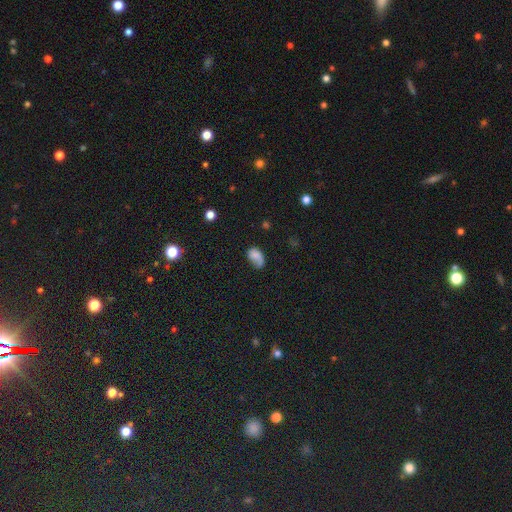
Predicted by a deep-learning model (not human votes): Smooth or featured? Predicted: smooth (p=0.71). How rounded? Predicted: in between (p=0.86). Merging? Predicted: none (p=0.41).